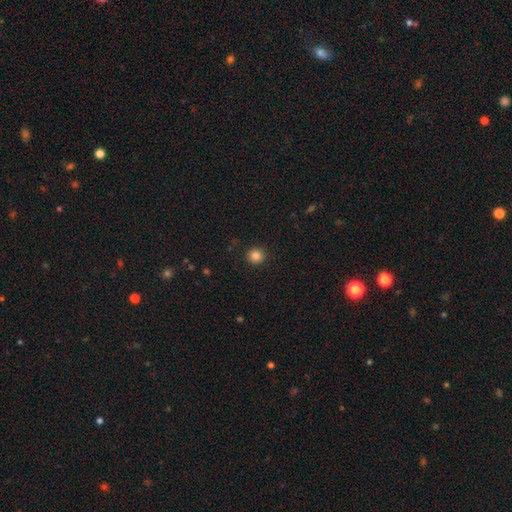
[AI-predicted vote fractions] This is clearly a smooth galaxy (85%). How rounded: clearly round (93%). Merging: clearly none (92%).